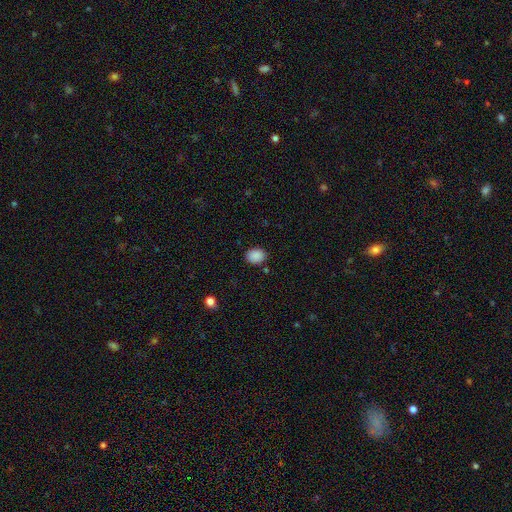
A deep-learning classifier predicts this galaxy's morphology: Smooth or featured? Predicted: smooth (p=0.88). How rounded? Predicted: in between (p=0.51). Merging? Predicted: none (p=0.85).